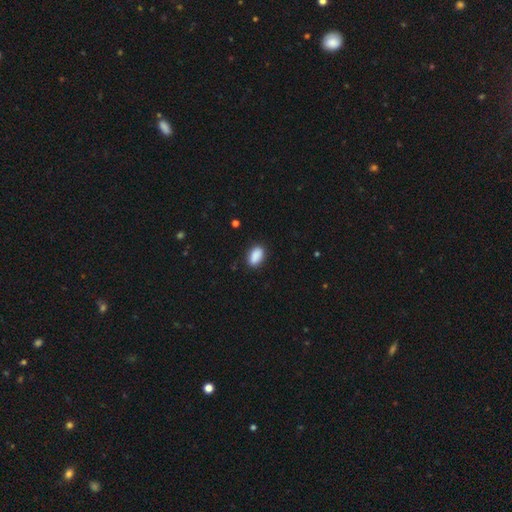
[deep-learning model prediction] smooth_or_featured: smooth (p=0.89) [alt: star or artifact p=0.07]
how_rounded: in between (p=0.90) [alt: round p=0.07]
merging: none (p=0.85) [alt: minor disturbance p=0.11]